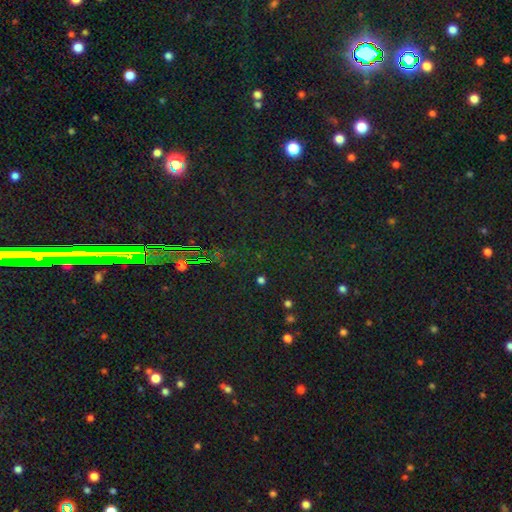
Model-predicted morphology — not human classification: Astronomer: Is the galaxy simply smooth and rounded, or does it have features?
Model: star or artifact — 80%.